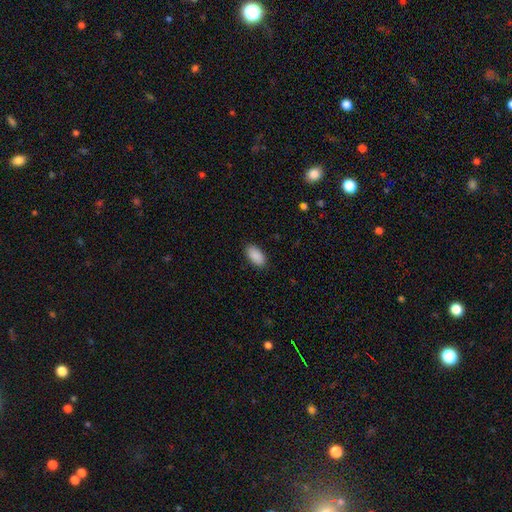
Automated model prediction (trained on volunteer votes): smooth 91%, star or artifact 6%, featured or disk 3%. Down the decision tree: how rounded — in between (95%); merging — none (89%).